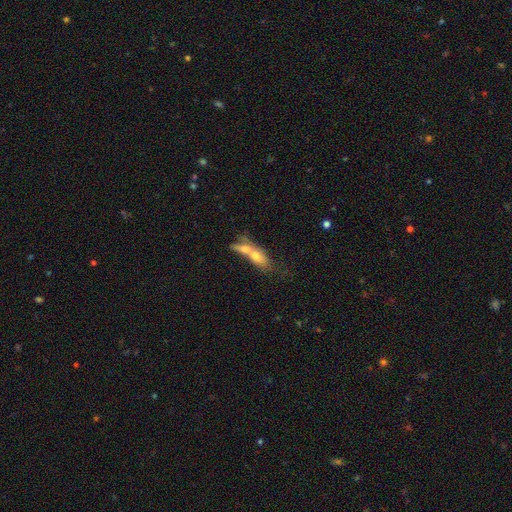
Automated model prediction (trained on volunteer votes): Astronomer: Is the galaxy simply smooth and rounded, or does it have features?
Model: smooth — 60%.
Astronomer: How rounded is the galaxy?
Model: in between — 61%.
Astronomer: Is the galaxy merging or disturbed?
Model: merger — 64%.